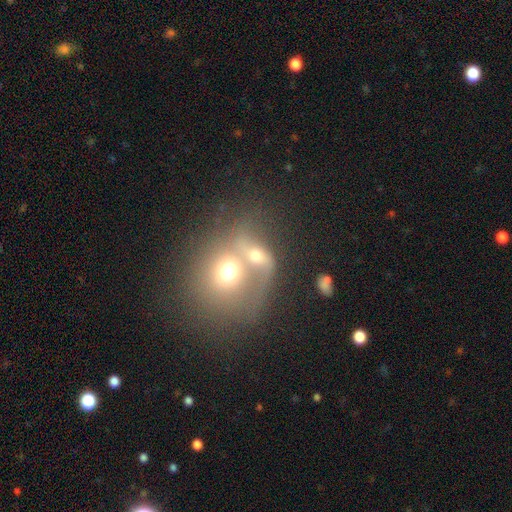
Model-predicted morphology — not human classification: A smooth galaxy with no disk features (49%). Merging: merger (70%).